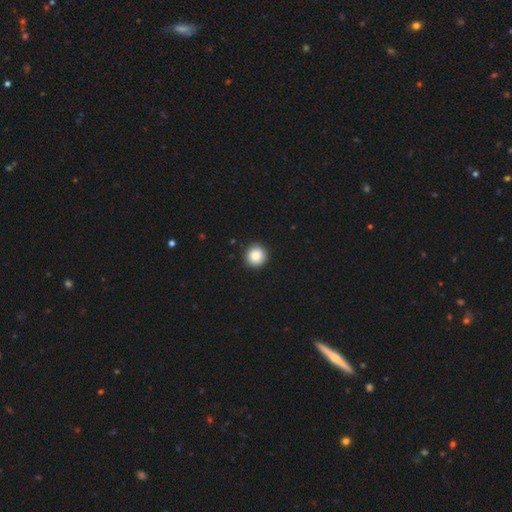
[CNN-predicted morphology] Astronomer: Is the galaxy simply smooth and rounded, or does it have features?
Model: smooth — 88%.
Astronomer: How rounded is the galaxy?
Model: round — 94%.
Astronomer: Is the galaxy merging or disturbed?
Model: none — 91%.